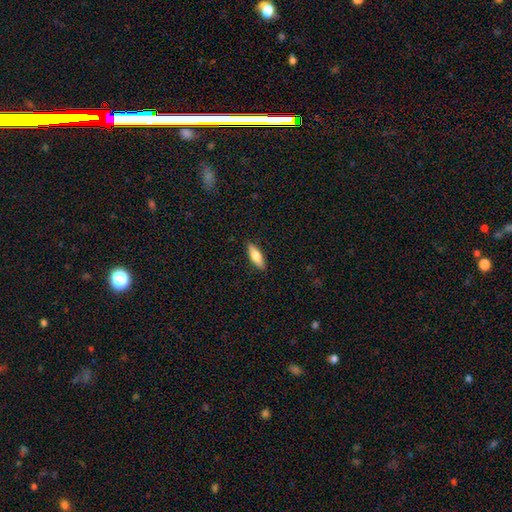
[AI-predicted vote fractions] smooth 74%, featured or disk 21%, star or artifact 6%. Down the decision tree: how rounded — in between (53%); merging — none (88%).